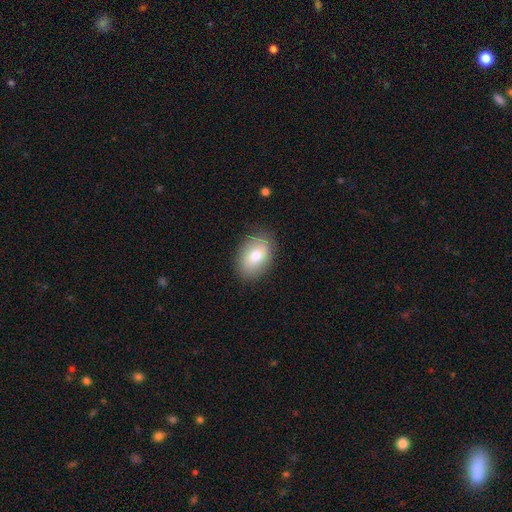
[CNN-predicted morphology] Smooth or featured?
  - smooth: 75% *
  - featured or disk: 17%
  - star or artifact: 8%
How rounded?
  - in between: 82% *
  - round: 17%
  - cigar-shaped: 1%
Merging?
  - none: 85% *
  - minor disturbance: 11%
  - major disturbance: 3%
  - merger: 1%